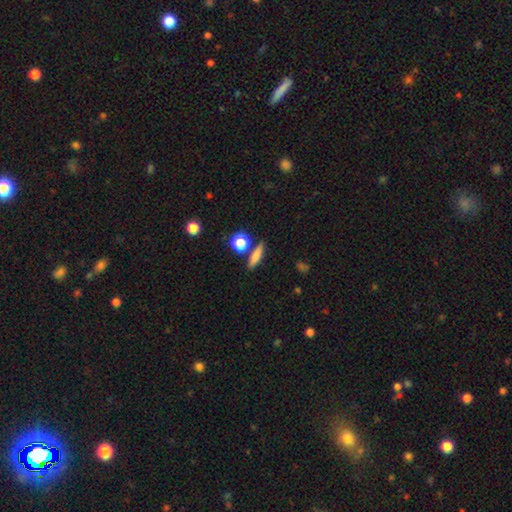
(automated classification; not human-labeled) This is likely a smooth galaxy (76%). How rounded: possibly cigar-shaped (56%). Merging: likely none (77%).